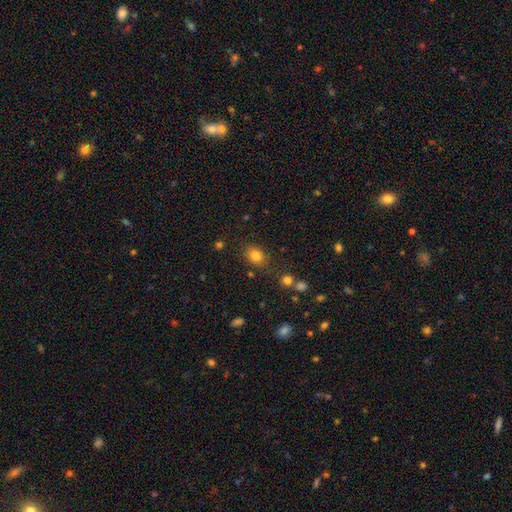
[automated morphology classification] Smooth or featured: smooth — 81% (star or artifact — 12%)
How rounded: in between — 65% (round — 34%)
Merging: none — 79% (minor disturbance — 13%)